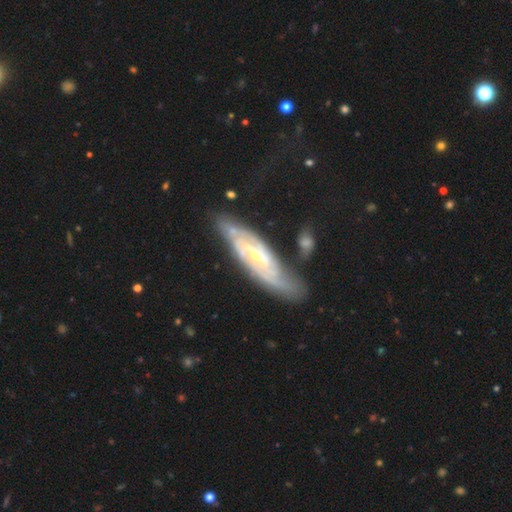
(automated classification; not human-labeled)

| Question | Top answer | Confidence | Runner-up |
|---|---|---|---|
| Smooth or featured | featured or disk | 88% | smooth (6%) |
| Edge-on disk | no | 88% | yes (12%) |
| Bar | weak | 43% | no (38%) |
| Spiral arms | yes | 97% | no (3%) |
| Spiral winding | tight | 62% | medium (31%) |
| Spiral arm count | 2 | 53% | can't tell (20%) |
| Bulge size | small | 60% | moderate (36%) |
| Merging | none | 68% | minor disturbance (20%) |